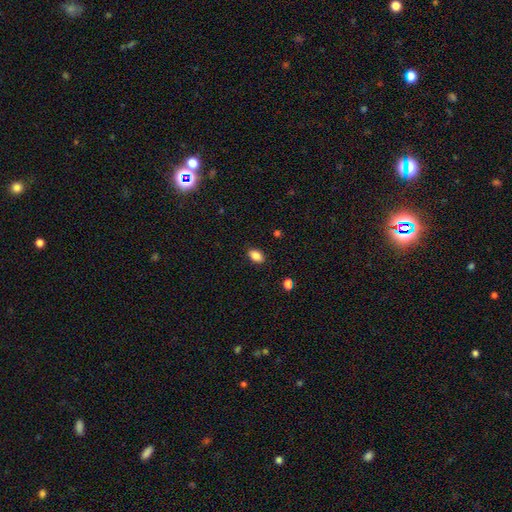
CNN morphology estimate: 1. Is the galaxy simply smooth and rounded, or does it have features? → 86% smooth, 9% star or artifact, 5% featured or disk.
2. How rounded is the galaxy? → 88% in between, 10% round, 2% cigar-shaped.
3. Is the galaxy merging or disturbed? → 88% none, 9% minor disturbance, 2% major disturbance, 1% merger.